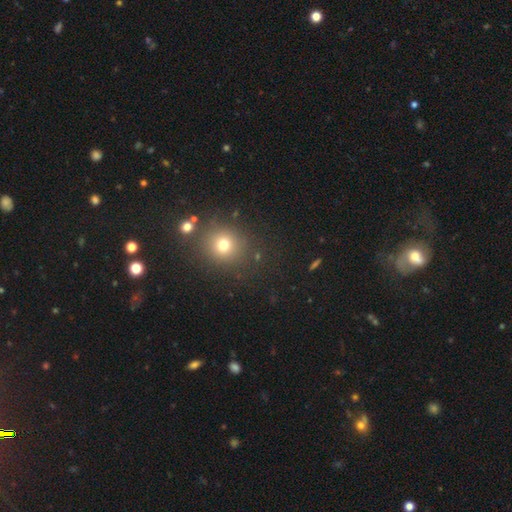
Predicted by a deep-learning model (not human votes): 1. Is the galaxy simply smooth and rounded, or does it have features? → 62% smooth, 30% star or artifact, 8% featured or disk.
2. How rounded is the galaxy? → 85% round, 14% in between, 1% cigar-shaped.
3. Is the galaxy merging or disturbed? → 83% none, 8% minor disturbance, 5% merger, 3% major disturbance.